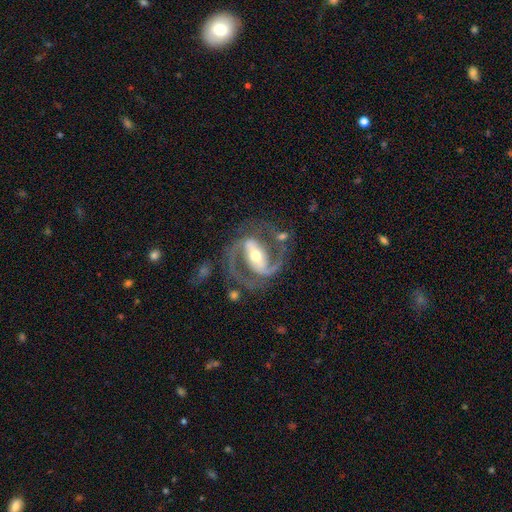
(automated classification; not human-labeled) Smooth or featured: featured or disk — 92% (star or artifact — 4%)
Edge-on disk: no — 97% (yes — 3%)
Bar: strong — 69% (weak — 21%)
Spiral arms: yes — 97% (no — 3%)
Spiral winding: medium — 62% (tight — 25%)
Spiral arm count: 2 — 92% (1 — 2%)
Bulge size: moderate — 59% (small — 32%)
Merging: none — 72% (minor disturbance — 14%)